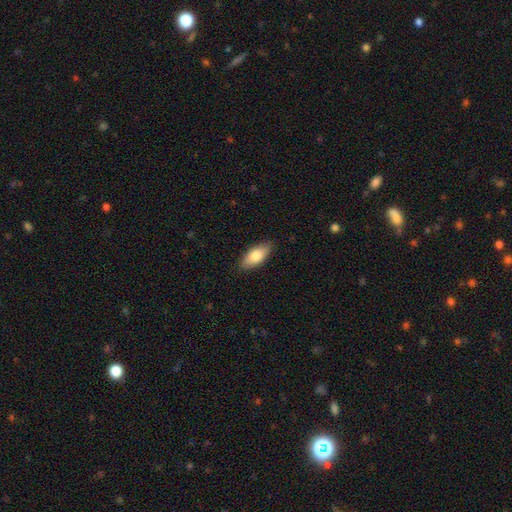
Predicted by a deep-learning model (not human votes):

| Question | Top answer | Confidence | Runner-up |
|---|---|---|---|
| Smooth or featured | smooth | 78% | featured or disk (16%) |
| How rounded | in between | 84% | cigar-shaped (13%) |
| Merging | none | 87% | minor disturbance (10%) |